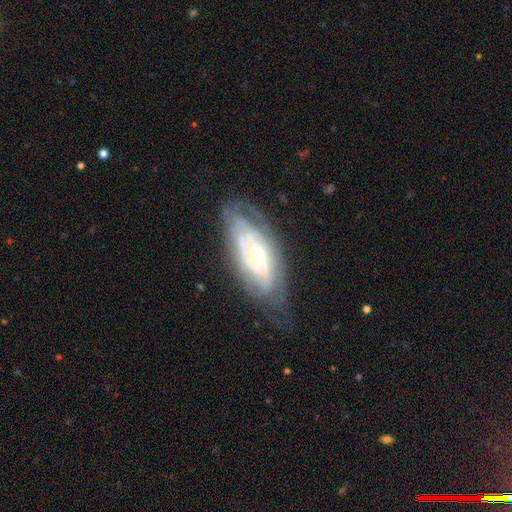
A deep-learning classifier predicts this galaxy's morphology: featured or disk 75%, smooth 18%, star or artifact 7%. Down the decision tree: edge-on disk — no (89%); bar — no (72%); spiral arms — yes (85%); spiral arm count — can't tell (56%); spiral winding — tight (69%); bulge size — small (64%); merging — none (67%).